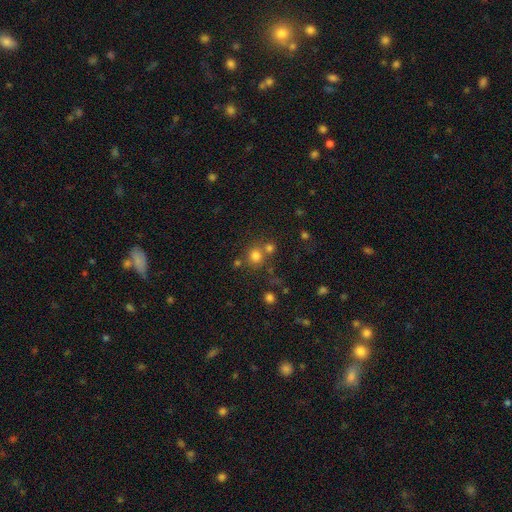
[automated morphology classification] This appears to be a smooth galaxy with no disk features (75%) that is round (85%). Merging: none (64%).